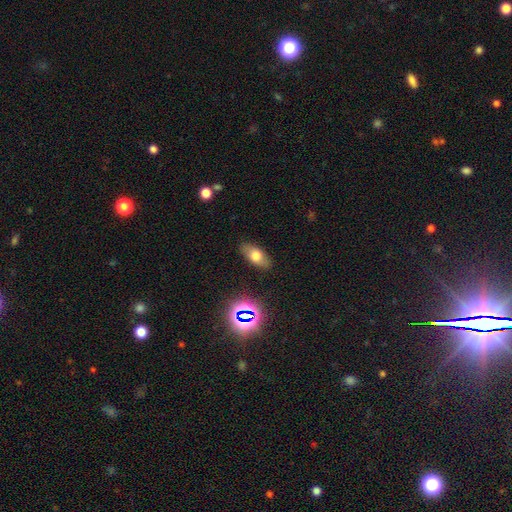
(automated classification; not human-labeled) smooth_or_featured: smooth (p=0.69) [alt: featured or disk p=0.18]
how_rounded: in between (p=0.87) [alt: cigar-shaped p=0.07]
merging: none (p=0.85) [alt: minor disturbance p=0.11]